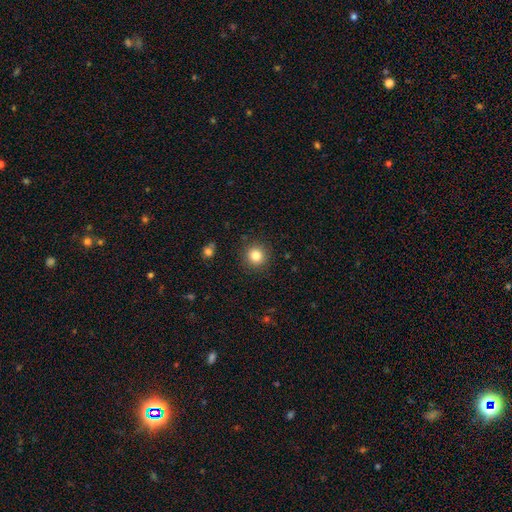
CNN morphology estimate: Overall: smooth (82%). How rounded: round (94%). Merging: none (90%).